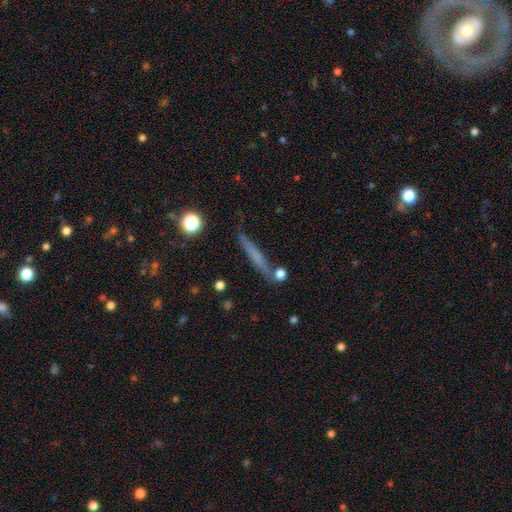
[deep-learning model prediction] smooth_or_featured: smooth (p=0.54) [alt: featured or disk p=0.36]
how_rounded: cigar-shaped (p=0.92) [alt: in between p=0.04]
merging: none (p=0.81) [alt: minor disturbance p=0.11]